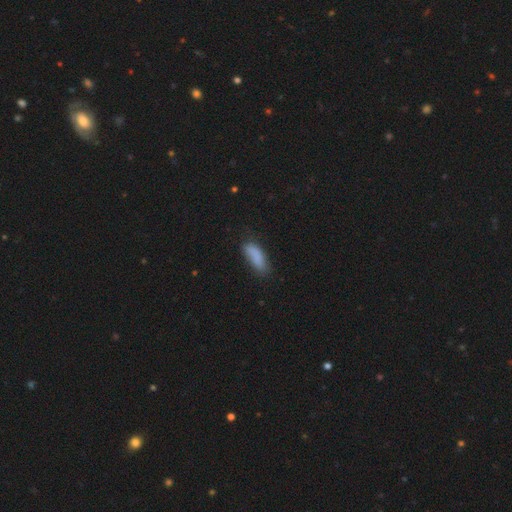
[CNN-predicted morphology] This appears to be a smooth galaxy with no disk features (84%) that is in between round and cigar-shaped (67%). Merging: none (62%).